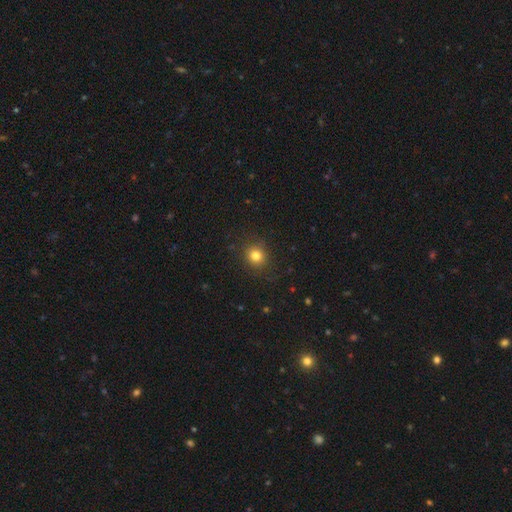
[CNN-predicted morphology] smooth-or-featured: smooth: 81% | star or artifact: 13% | featured or disk: 6%
  how-rounded: round: 86% | in between: 13% | cigar-shaped: 1%
  merging: none: 88% | minor disturbance: 8% | major disturbance: 3% | merger: 1%